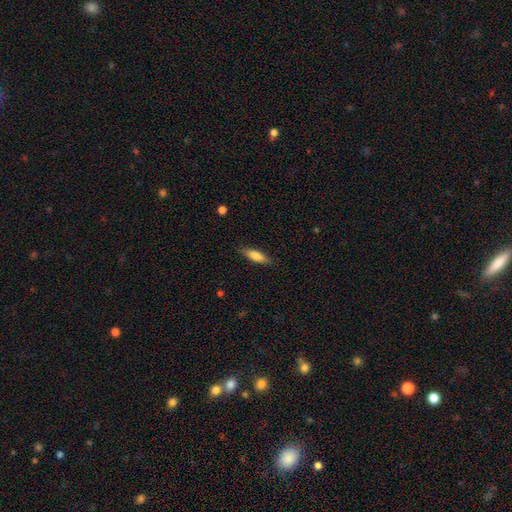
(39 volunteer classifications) Smooth or featured? 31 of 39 (79%) said smooth. How rounded? 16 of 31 (52%) said in between. Merging? 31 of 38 (82%) said none.